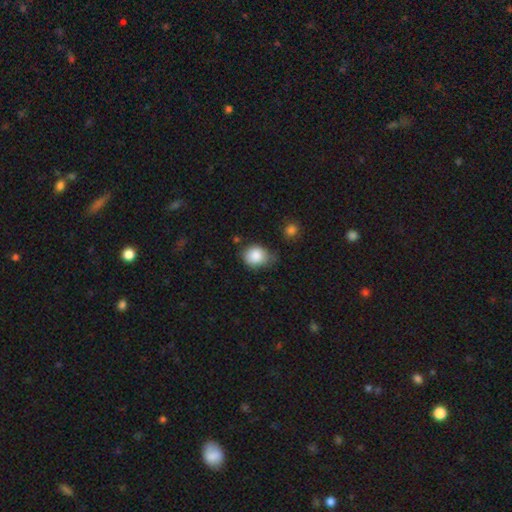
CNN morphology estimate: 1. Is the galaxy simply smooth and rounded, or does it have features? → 86% smooth, 8% star or artifact, 6% featured or disk.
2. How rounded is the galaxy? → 67% round, 33% in between, 1% cigar-shaped.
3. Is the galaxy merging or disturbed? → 53% none, 35% minor disturbance, 8% major disturbance, 4% merger.